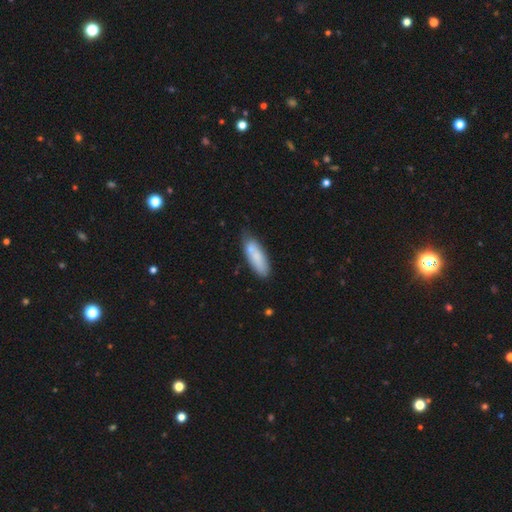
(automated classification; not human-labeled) smooth_or_featured: smooth (p=0.78) [alt: featured or disk p=0.15]
how_rounded: in between (p=0.55) [alt: cigar-shaped p=0.43]
merging: none (p=0.66) [alt: minor disturbance p=0.22]